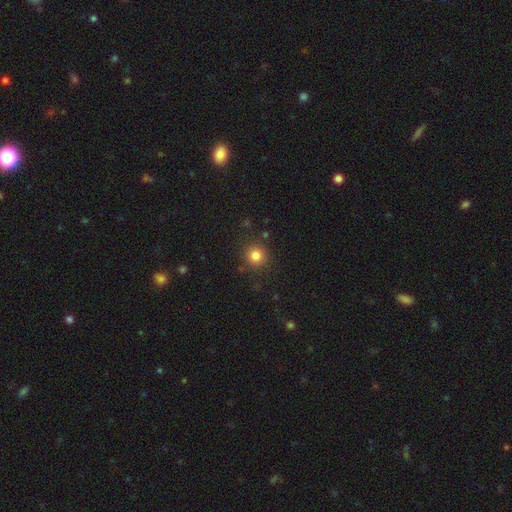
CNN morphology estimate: The model was most divided on "smooth or featured": smooth: 82%, star or artifact: 13%, featured or disk: 6%. More confident: how rounded — round (93%); merging — none (88%).